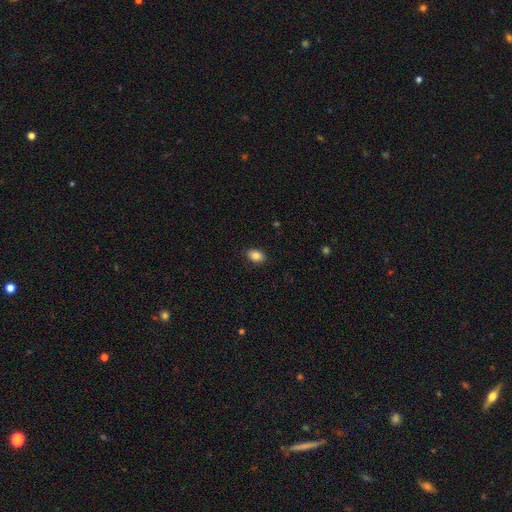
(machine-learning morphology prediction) This appears to be a smooth galaxy with no disk features (85%) that is in between round and cigar-shaped (79%). Merging: none (88%).